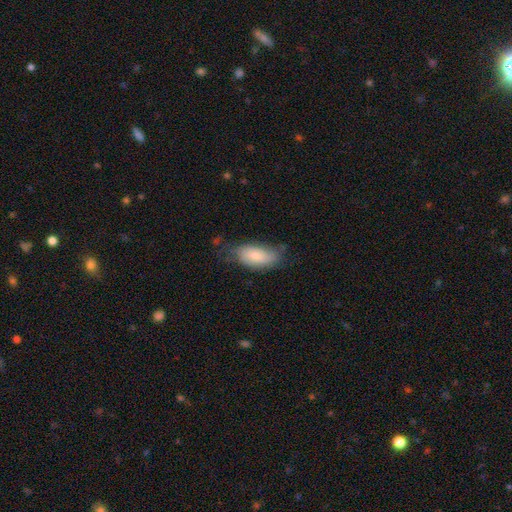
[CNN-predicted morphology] Smooth or featured? smooth (75%)
How rounded? in between (90%)
Merging? none (56%)